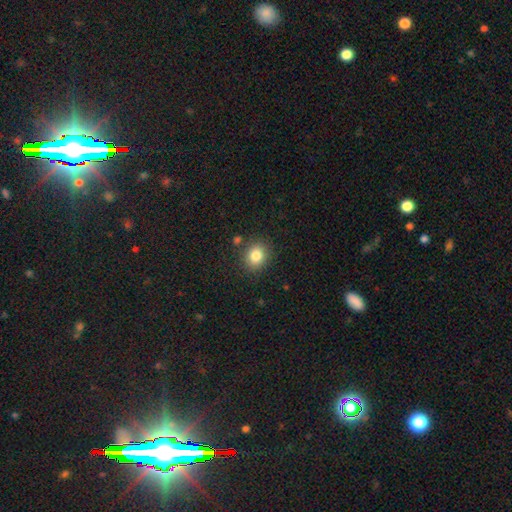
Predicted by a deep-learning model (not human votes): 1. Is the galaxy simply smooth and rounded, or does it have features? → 83% smooth, 11% star or artifact, 7% featured or disk.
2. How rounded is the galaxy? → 70% round, 29% in between, 1% cigar-shaped.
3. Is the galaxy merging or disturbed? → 84% none, 9% minor disturbance, 4% merger, 3% major disturbance.